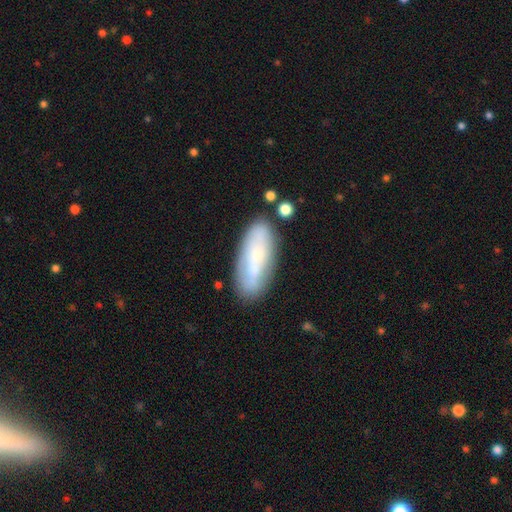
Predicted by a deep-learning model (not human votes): Overall: smooth (53%; featured or disk 40%). How rounded: in between (73%). Merging: none (73%).